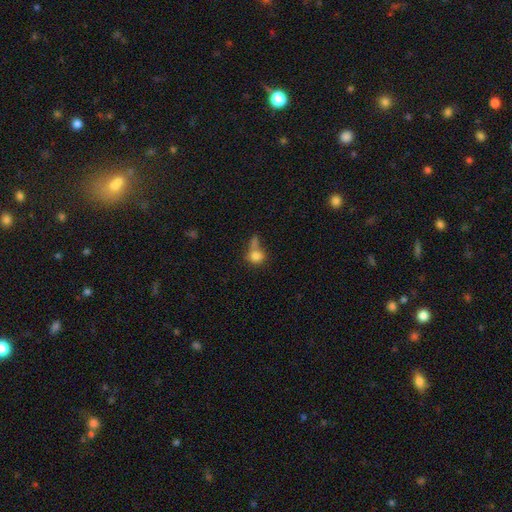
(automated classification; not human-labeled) The model was most divided on "merging": merger: 38%, none: 34%, minor disturbance: 15%, major disturbance: 13%. More confident: smooth or featured — smooth (78%); how rounded — round (69%).